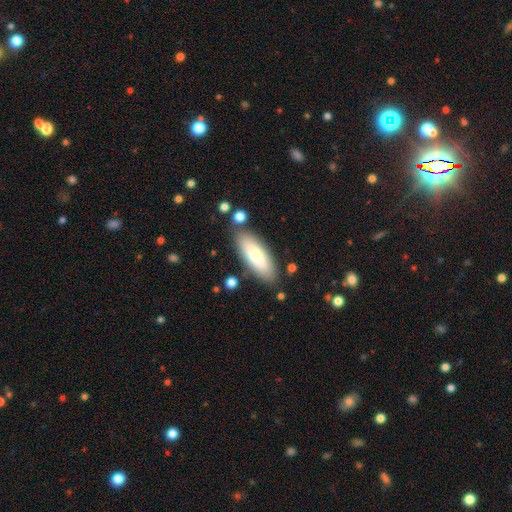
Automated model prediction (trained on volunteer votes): Smooth or featured? Predicted: smooth (p=0.82). How rounded? Predicted: in between (p=0.67). Merging? Predicted: none (p=0.81).